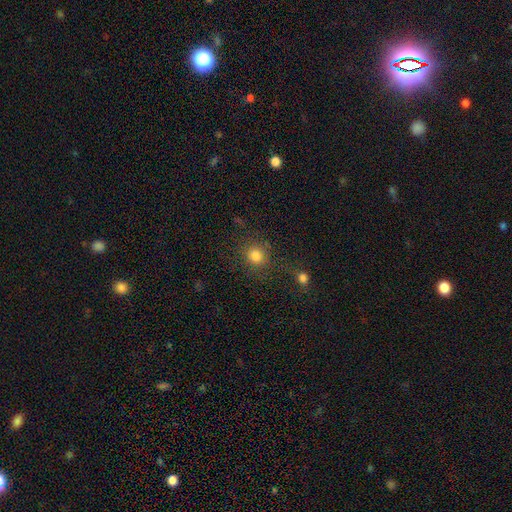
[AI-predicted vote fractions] smooth 81%, star or artifact 13%, featured or disk 6%. Down the decision tree: how rounded — round (87%); merging — none (75%).